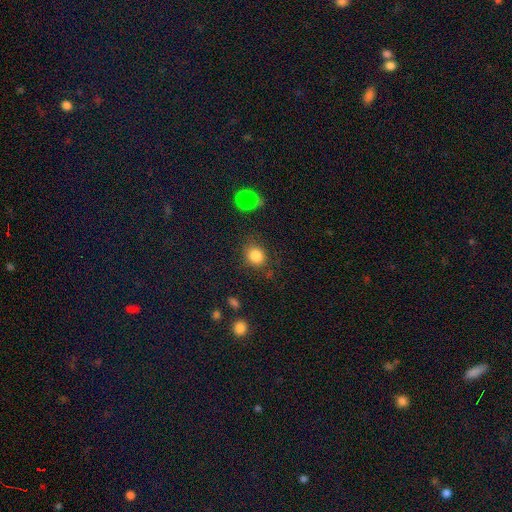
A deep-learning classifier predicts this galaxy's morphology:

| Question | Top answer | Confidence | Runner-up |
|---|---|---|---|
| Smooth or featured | smooth | 84% | star or artifact (11%) |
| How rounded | round | 73% | in between (26%) |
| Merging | none | 81% | minor disturbance (12%) |